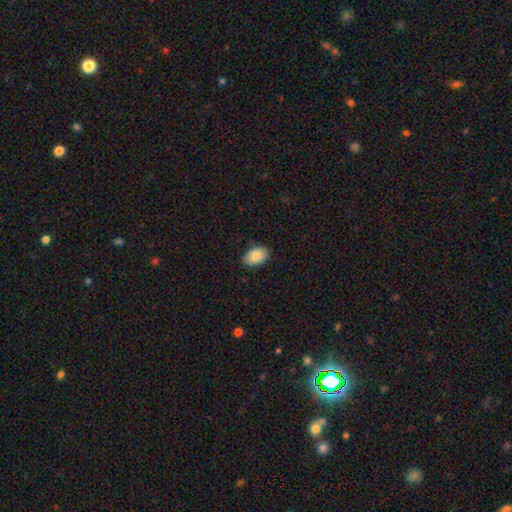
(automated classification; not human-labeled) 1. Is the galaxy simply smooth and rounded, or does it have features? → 83% smooth, 10% featured or disk, 7% star or artifact.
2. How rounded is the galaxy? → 88% in between, 11% round, 1% cigar-shaped.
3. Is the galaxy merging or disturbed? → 86% none, 11% minor disturbance, 2% major disturbance, 1% merger.